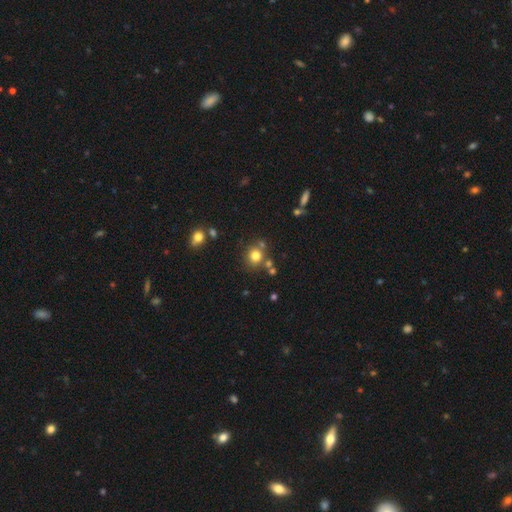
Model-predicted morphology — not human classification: Smooth or featured?
  - smooth: 77% *
  - star or artifact: 15%
  - featured or disk: 8%
How rounded?
  - round: 83% *
  - in between: 16%
  - cigar-shaped: 1%
Merging?
  - none: 74% *
  - merger: 12%
  - minor disturbance: 11%
  - major disturbance: 4%